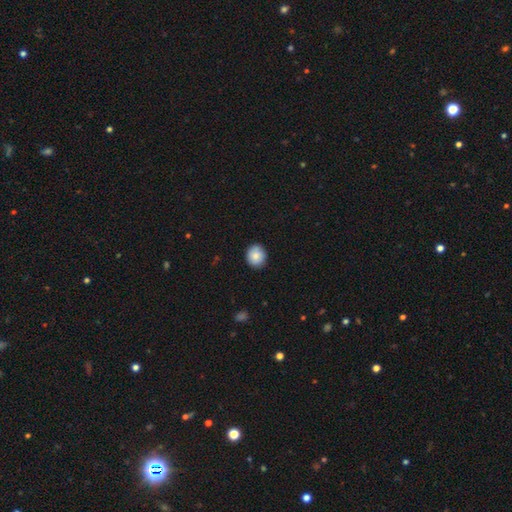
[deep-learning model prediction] Smooth or featured? Predicted: smooth (p=0.84). How rounded? Predicted: round (p=0.78). Merging? Predicted: none (p=0.88).